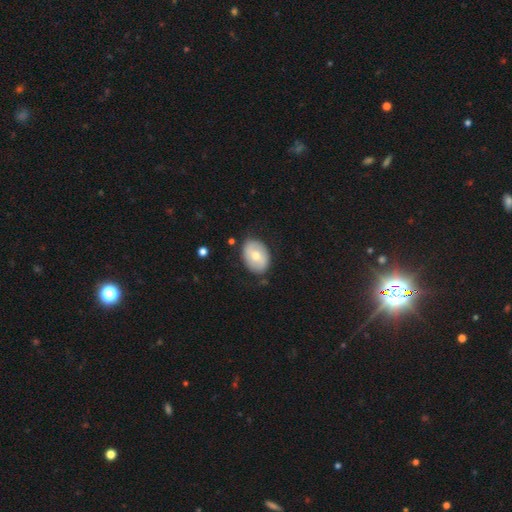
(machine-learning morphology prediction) smooth_or_featured: smooth (p=0.61) [alt: featured or disk p=0.33]
how_rounded: in between (p=0.76) [alt: round p=0.23]
merging: none (p=0.81) [alt: minor disturbance p=0.14]